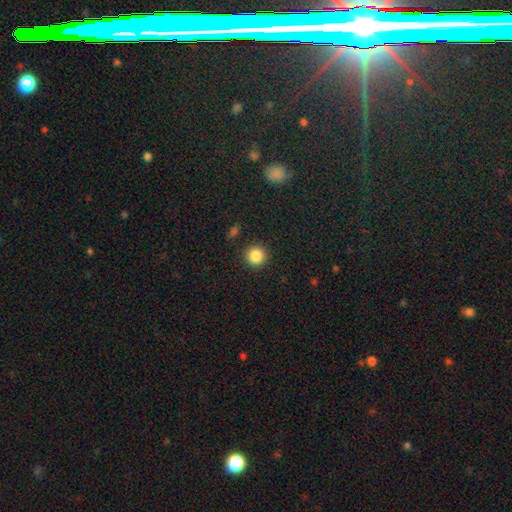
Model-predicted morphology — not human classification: type=smooth (86%); roundness=round (95%); merging=none (91%).